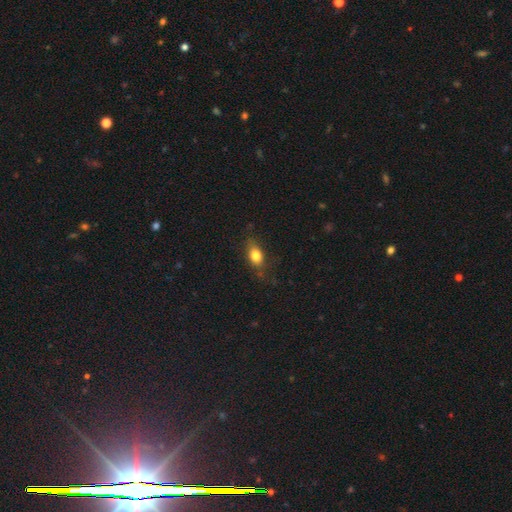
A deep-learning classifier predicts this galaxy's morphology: Smooth or featured?
  - smooth: 79% *
  - featured or disk: 12%
  - star or artifact: 9%
How rounded?
  - in between: 76% *
  - round: 17%
  - cigar-shaped: 7%
Merging?
  - none: 71% *
  - minor disturbance: 21%
  - major disturbance: 7%
  - merger: 1%